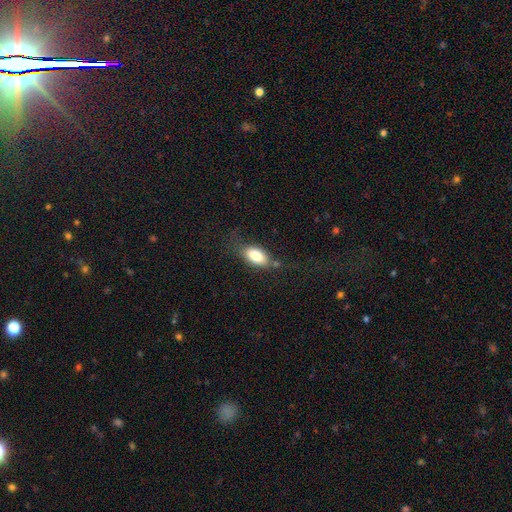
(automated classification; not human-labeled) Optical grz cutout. It shows a smooth galaxy with no disk features (81%) that is in between round and cigar-shaped (90%). Merging: none (62%).